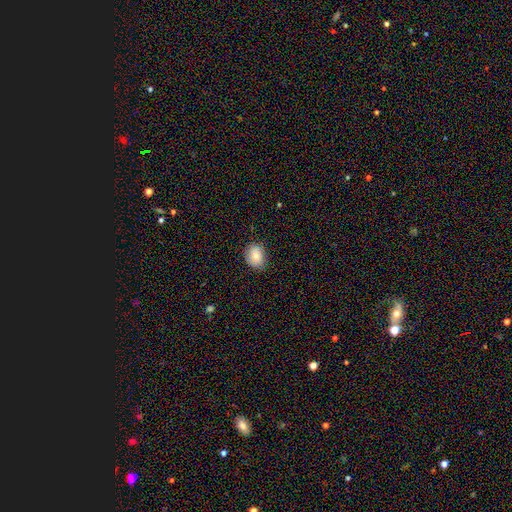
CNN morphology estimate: smooth-or-featured: smooth: 74% | featured or disk: 18% | star or artifact: 8%
  how-rounded: in between: 55% | round: 44% | cigar-shaped: 1%
  merging: none: 77% | minor disturbance: 18% | major disturbance: 4% | merger: 1%